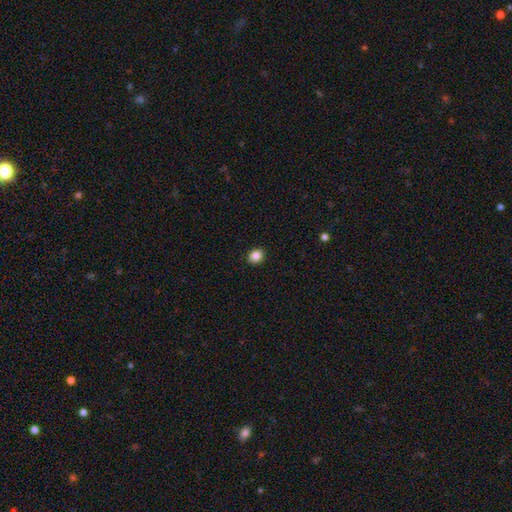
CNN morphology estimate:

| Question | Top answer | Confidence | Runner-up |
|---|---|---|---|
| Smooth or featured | smooth | 86% | star or artifact (10%) |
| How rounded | round | 70% | in between (29%) |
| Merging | none | 92% | minor disturbance (6%) |